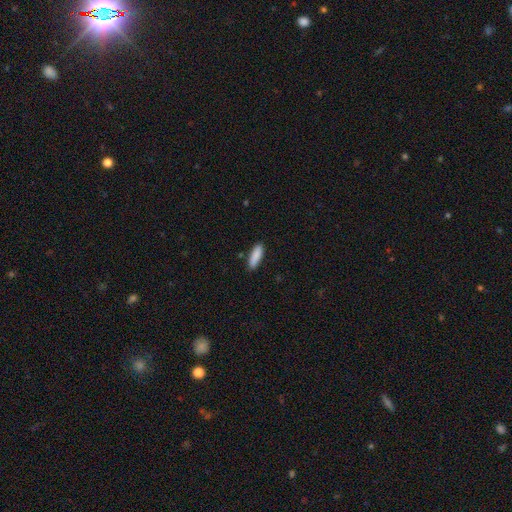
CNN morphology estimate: Smooth or featured? Predicted: smooth (p=0.89). How rounded? Predicted: cigar-shaped (p=0.57). Merging? Predicted: none (p=0.86).